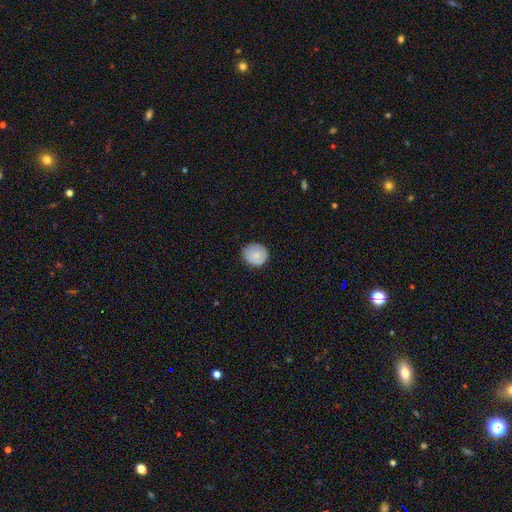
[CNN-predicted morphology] smooth_or_featured: smooth (p=0.82) [alt: featured or disk p=0.11]
how_rounded: round (p=0.80) [alt: in between p=0.19]
merging: none (p=0.83) [alt: minor disturbance p=0.13]